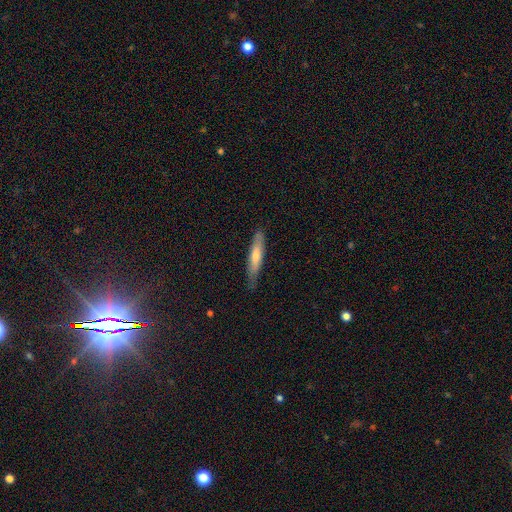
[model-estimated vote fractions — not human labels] Q: Smooth or featured?
A: smooth (48%); runner-up: featured or disk (44%)
Q: Merging?
A: none (84%); runner-up: minor disturbance (13%)